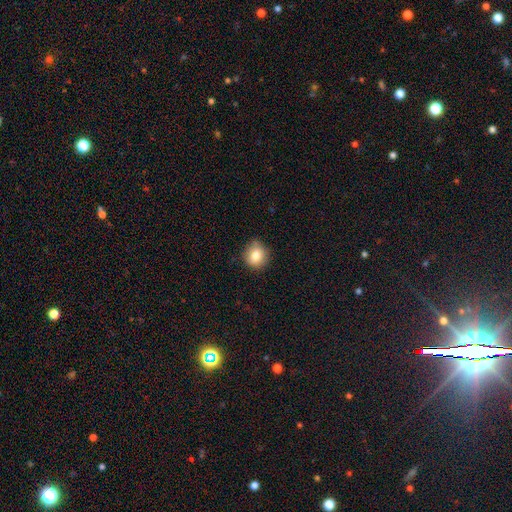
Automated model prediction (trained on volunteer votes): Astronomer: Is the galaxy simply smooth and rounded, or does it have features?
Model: smooth — 81%.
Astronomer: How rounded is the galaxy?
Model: round — 85%.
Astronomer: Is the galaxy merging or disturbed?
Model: none — 82%.